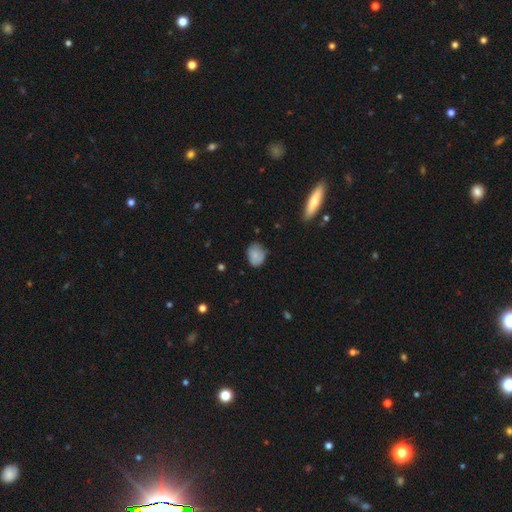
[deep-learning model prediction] The model was most divided on "how rounded": in between: 56%, round: 43%, cigar-shaped: 1%. More confident: smooth or featured — smooth (81%); merging — none (64%).